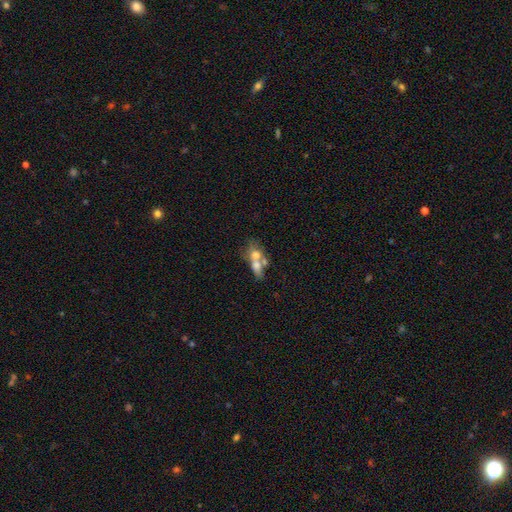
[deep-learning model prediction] Smooth or featured? smooth (53%)
How rounded? in between (52%)
Merging? merger (61%)